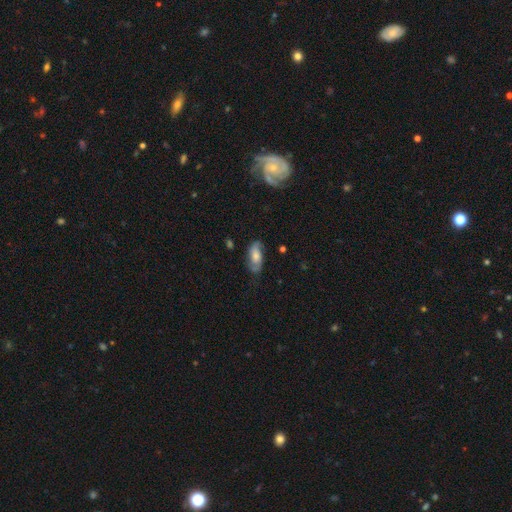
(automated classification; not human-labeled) A featured or disk galaxy (54%).

Vote fractions:
- Smooth or featured? featured or disk: 54% / smooth: 38% / star or artifact: 8%
- Edge-on disk? no: 90% / yes: 10%
- Merging? none: 70% / minor disturbance: 21% / major disturbance: 7% / merger: 2%